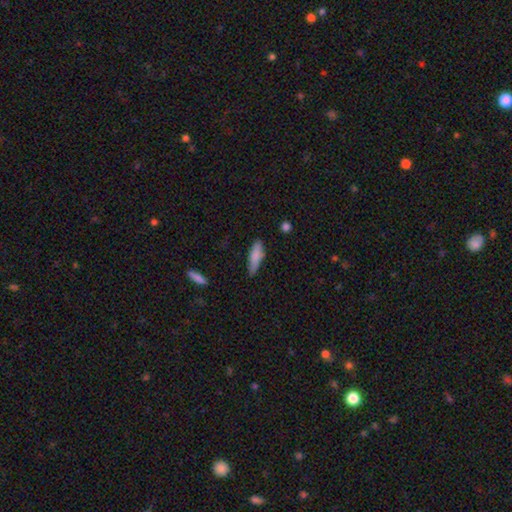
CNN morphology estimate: Overall: smooth (80%). How rounded: cigar-shaped (56%; in between 42%). Merging: none (69%).